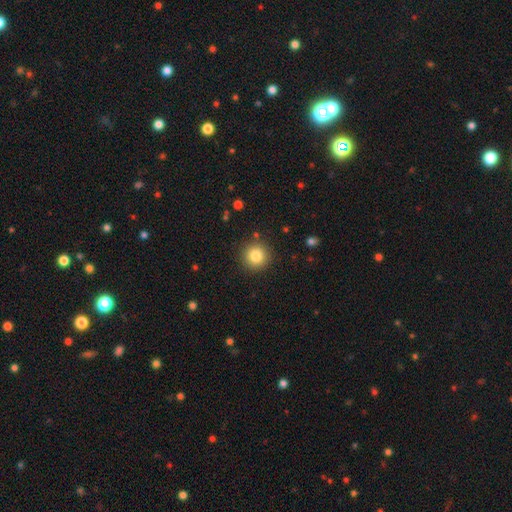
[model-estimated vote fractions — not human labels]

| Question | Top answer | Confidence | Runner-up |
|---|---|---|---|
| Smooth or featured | smooth | 83% | star or artifact (11%) |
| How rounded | round | 94% | in between (5%) |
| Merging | none | 89% | minor disturbance (7%) |